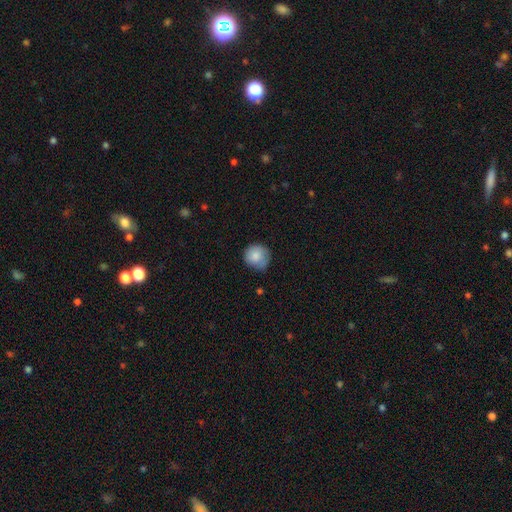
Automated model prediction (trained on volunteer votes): A smooth galaxy with no disk features (83%) that is round (88%). Merging: none (64%).